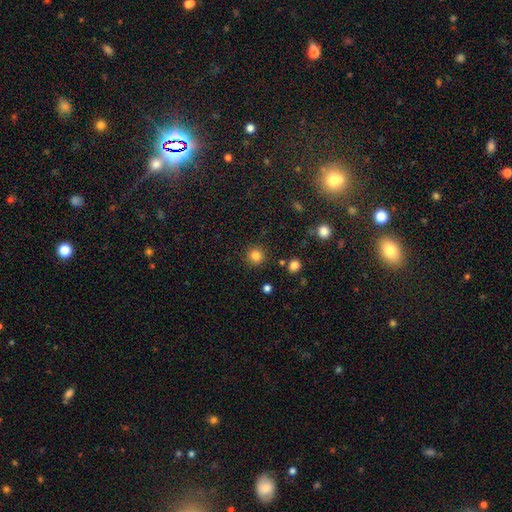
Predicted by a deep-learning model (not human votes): A smooth galaxy with no disk features (83%) that is round (94%). Merging: none (89%).